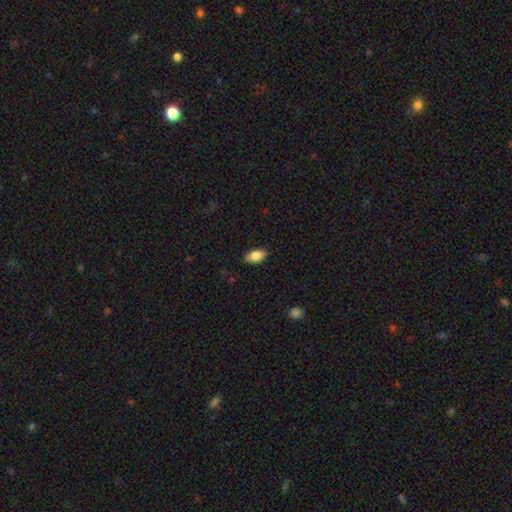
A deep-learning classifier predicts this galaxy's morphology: smooth 83%, featured or disk 10%, star or artifact 7%. Down the decision tree: how rounded — in between (91%); merging — none (87%).